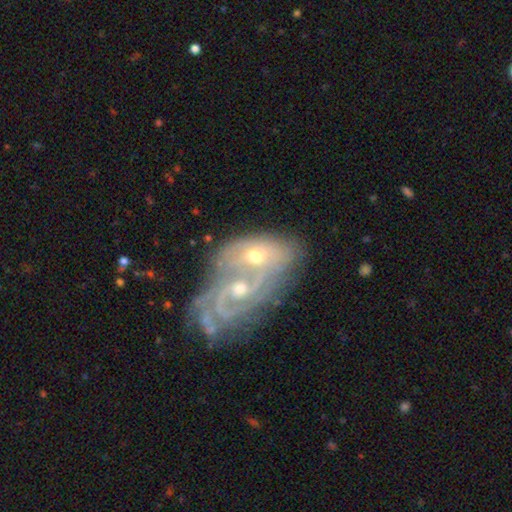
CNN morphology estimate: The model was most divided on "bulge size": moderate: 51%, small: 44%, large: 2%, none: 2%, dominant: 1%. Remaining: edge-on disk — no (95%); spiral arms — yes (92%); smooth or featured — featured or disk (81%); merging — merger (71%); bar — no (62%); spiral winding — tight (48%); spiral arm count — 2 (45%).